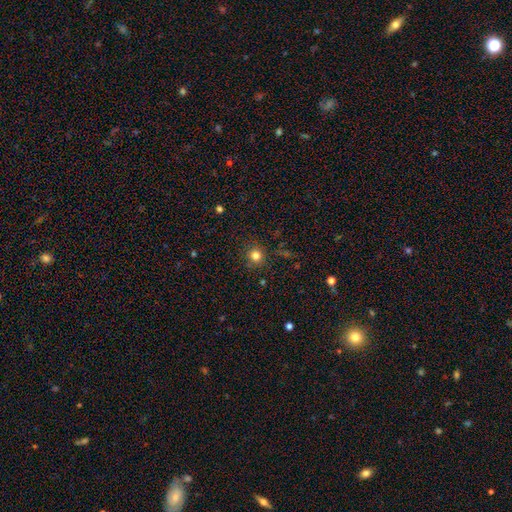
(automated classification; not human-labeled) smooth_or_featured: smooth (p=0.80) [alt: star or artifact p=0.14]
how_rounded: round (p=0.92) [alt: in between p=0.07]
merging: none (p=0.88) [alt: minor disturbance p=0.08]